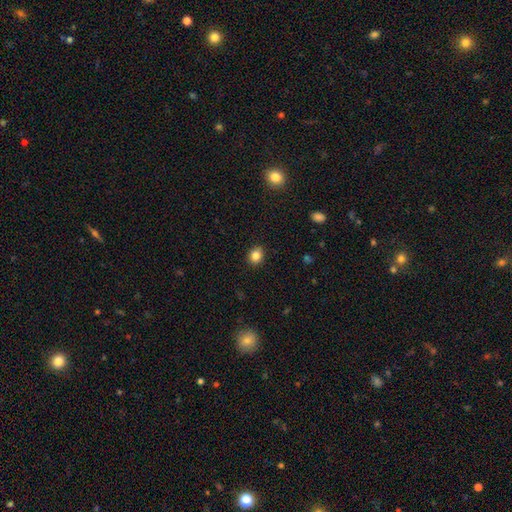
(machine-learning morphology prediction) This appears to be a smooth galaxy with no disk features (84%) that is round (61%). Merging: none (90%).